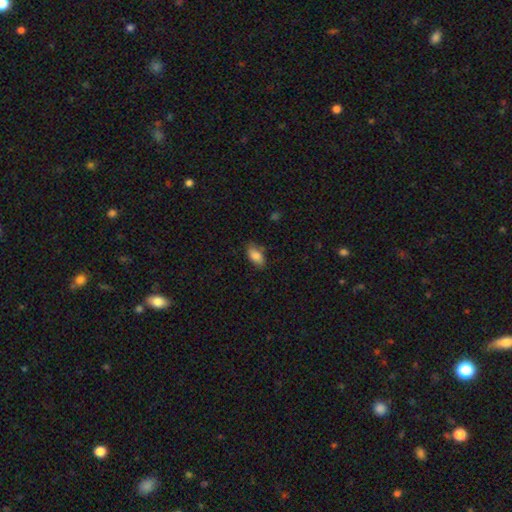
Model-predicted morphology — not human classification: This appears to be a smooth galaxy with no disk features (85%) that is in between round and cigar-shaped (91%). Merging: none (77%).